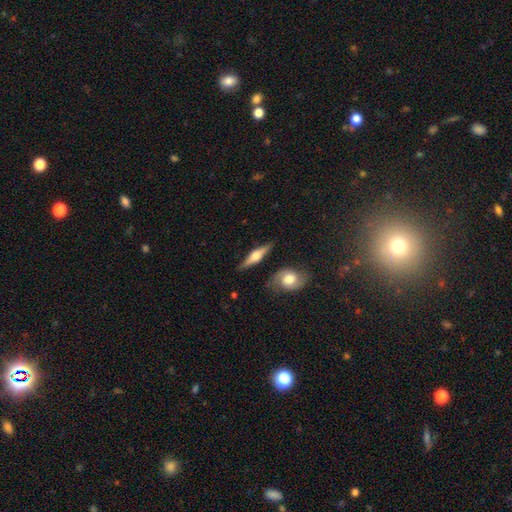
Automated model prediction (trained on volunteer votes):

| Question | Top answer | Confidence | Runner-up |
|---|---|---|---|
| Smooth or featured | featured or disk | 66% | smooth (28%) |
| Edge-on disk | yes | 94% | no (6%) |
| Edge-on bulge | rounded | 90% | boxy (8%) |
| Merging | none | 82% | minor disturbance (12%) |